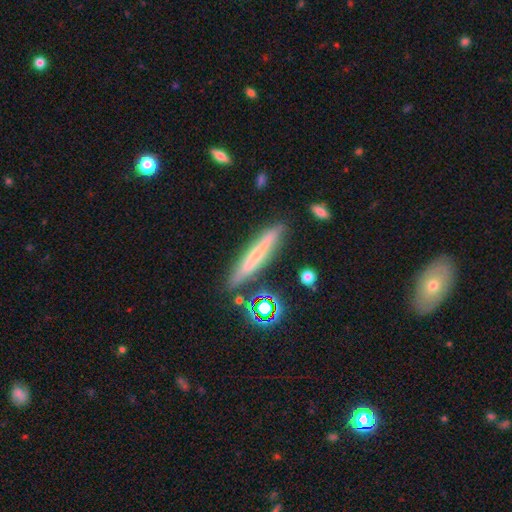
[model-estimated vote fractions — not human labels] Overall: featured or disk (45%; smooth 44%). Merging: none (82%).